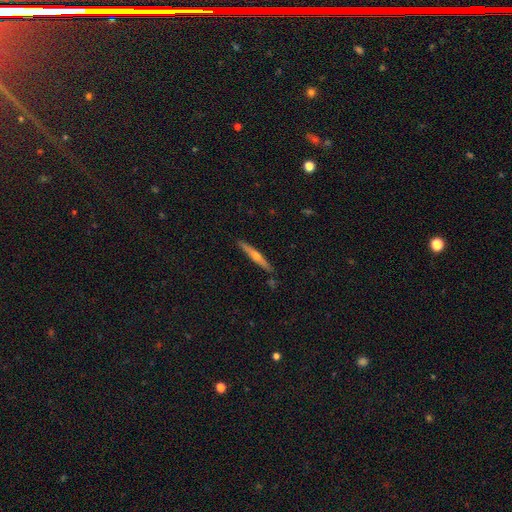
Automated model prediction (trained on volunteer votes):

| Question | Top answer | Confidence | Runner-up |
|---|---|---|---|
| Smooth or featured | featured or disk | 61% | smooth (33%) |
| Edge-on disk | yes | 96% | no (4%) |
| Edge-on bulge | rounded | 82% | none (14%) |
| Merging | none | 88% | minor disturbance (8%) |